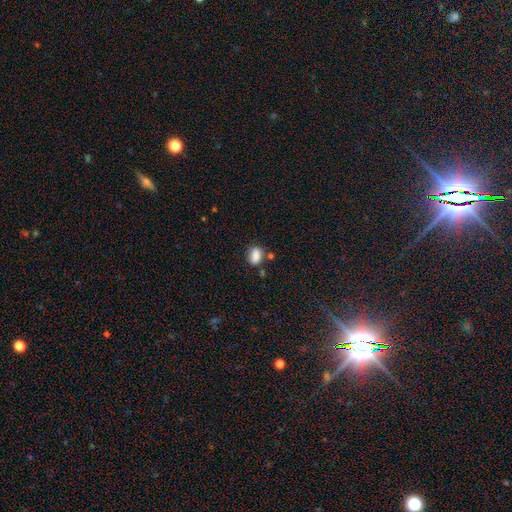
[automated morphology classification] Smooth or featured?
  - smooth: 85% *
  - star or artifact: 9%
  - featured or disk: 5%
How rounded?
  - in between: 71% *
  - round: 27%
  - cigar-shaped: 2%
Merging?
  - none: 67% *
  - minor disturbance: 19%
  - merger: 10%
  - major disturbance: 5%